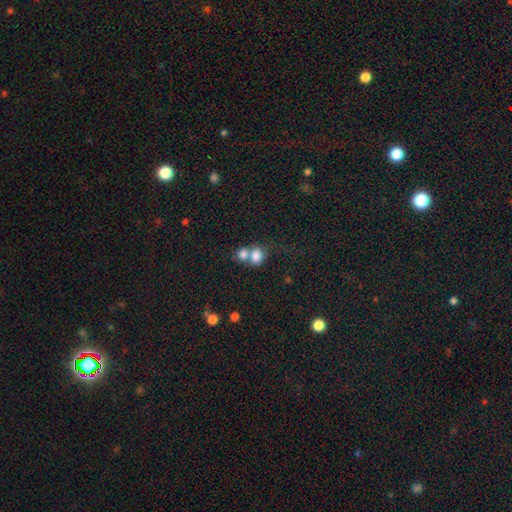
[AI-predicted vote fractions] smooth-or-featured: smooth: 79% | featured or disk: 10% | star or artifact: 10%
  how-rounded: round: 51% | in between: 48% | cigar-shaped: 1%
  merging: merger: 60% | none: 29% | minor disturbance: 7% | major disturbance: 4%